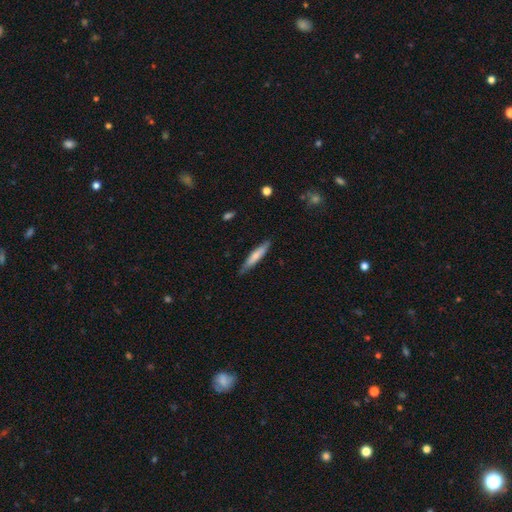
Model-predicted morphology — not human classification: Smooth or featured? smooth (69%)
How rounded? cigar-shaped (89%)
Merging? none (81%)